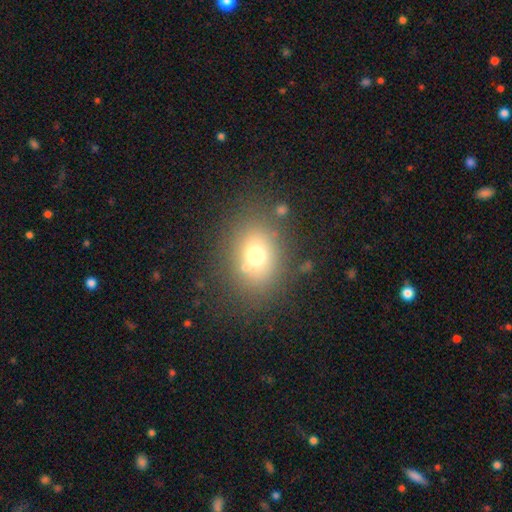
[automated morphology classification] Overall: smooth (70%). How rounded: in between (52%; round 47%). Merging: none (75%).